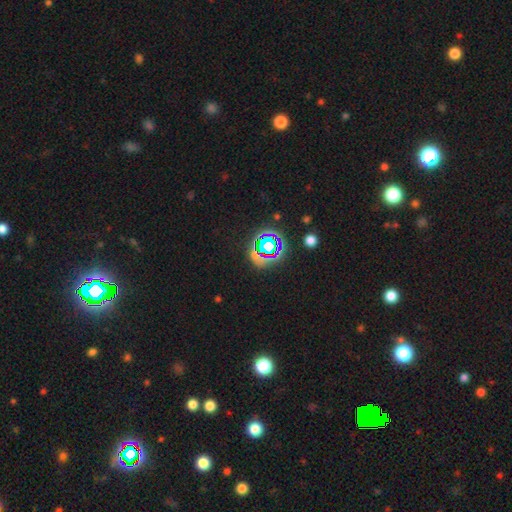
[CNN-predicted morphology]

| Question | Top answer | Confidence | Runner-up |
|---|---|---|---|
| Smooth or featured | star or artifact | 66% | smooth (22%) |